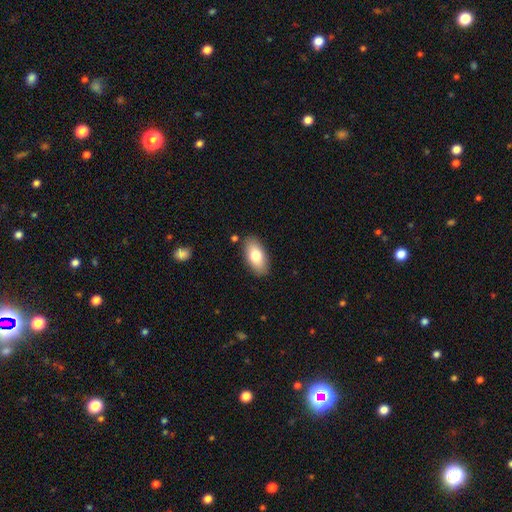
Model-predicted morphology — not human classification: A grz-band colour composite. It shows a smooth galaxy with no disk features (77%) that is in between round and cigar-shaped (91%). Merging: none (86%).